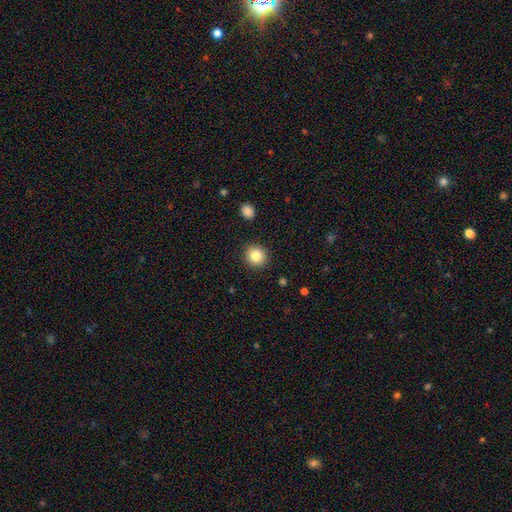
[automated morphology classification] Smooth or featured? smooth (83%)
How rounded? round (90%)
Merging? none (90%)